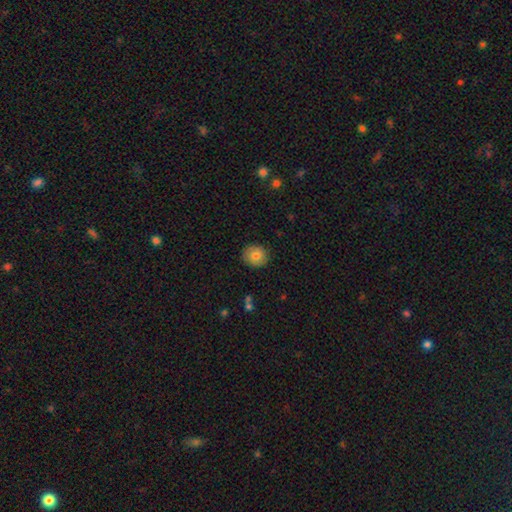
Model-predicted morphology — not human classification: A smooth galaxy with no disk features (79%) that is round (80%). Merging: none (89%).